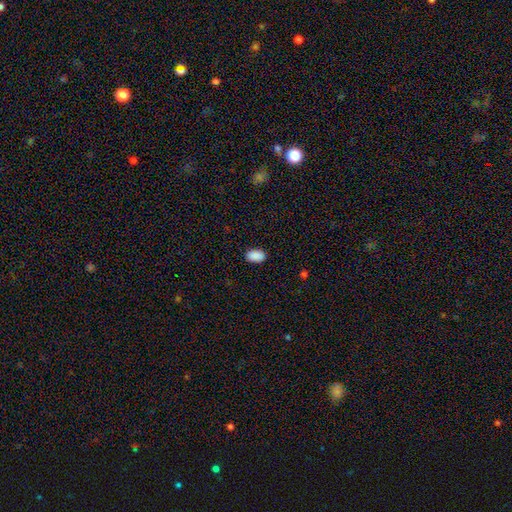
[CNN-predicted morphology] The model was most divided on "merging": none: 88%, minor disturbance: 9%, major disturbance: 2%, merger: 1%. More confident: how rounded — in between (93%); smooth or featured — smooth (90%).